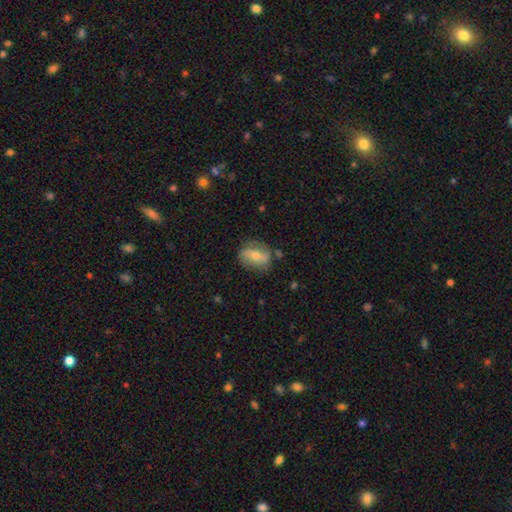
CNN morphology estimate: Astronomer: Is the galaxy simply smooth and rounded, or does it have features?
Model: smooth — 46% (runner-up: featured or disk, 45%).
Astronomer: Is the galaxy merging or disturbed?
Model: none — 74%.